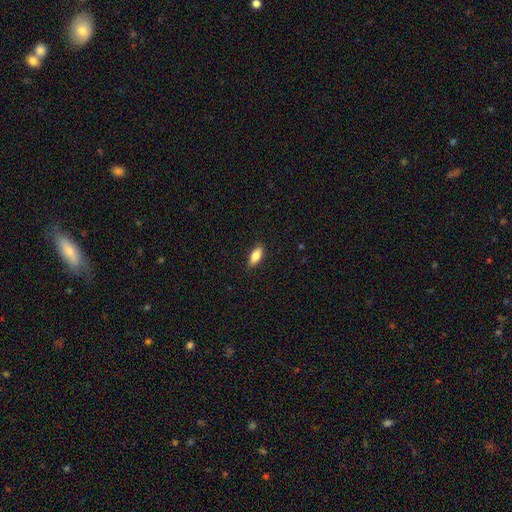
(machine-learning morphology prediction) Smooth or featured? smooth (81%)
How rounded? in between (80%)
Merging? none (88%)